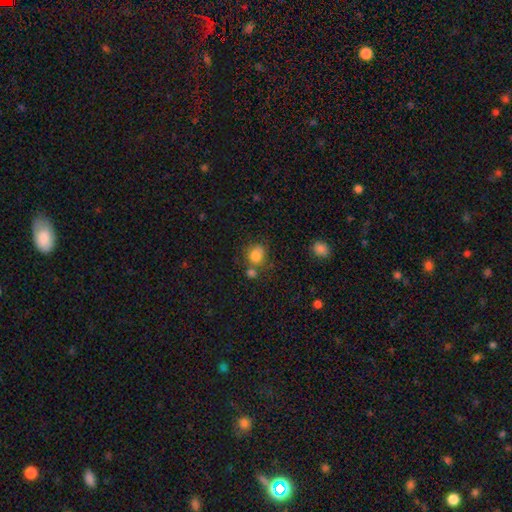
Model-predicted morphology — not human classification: smooth_or_featured: smooth (p=0.79) [alt: star or artifact p=0.12]
how_rounded: round (p=0.73) [alt: in between p=0.26]
merging: none (p=0.52) [alt: merger p=0.23]